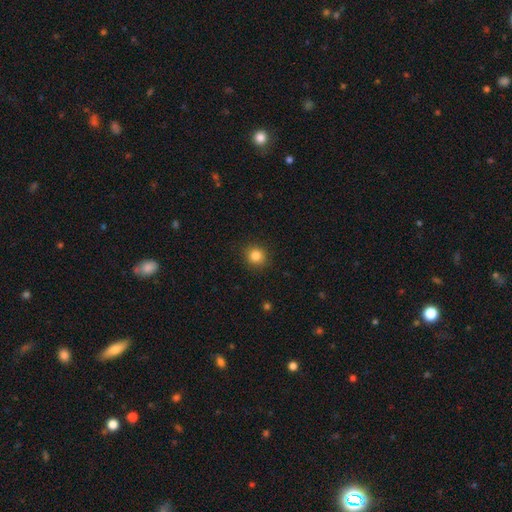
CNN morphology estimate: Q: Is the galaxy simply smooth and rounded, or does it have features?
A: smooth — 84%.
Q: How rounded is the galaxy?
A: round — 89%.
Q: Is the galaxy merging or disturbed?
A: none — 90%.